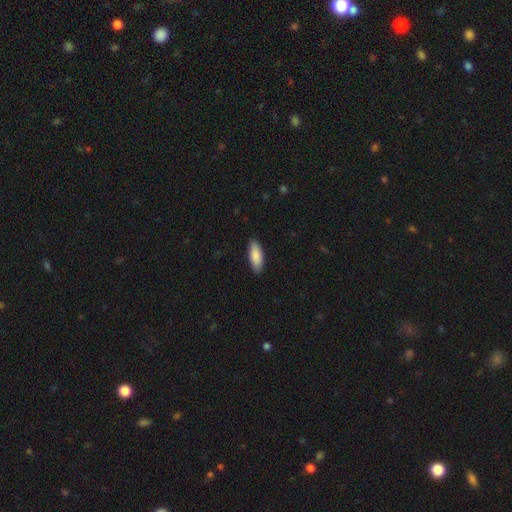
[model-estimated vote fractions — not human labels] smooth_or_featured: smooth (p=0.88) [alt: featured or disk p=0.07]
how_rounded: in between (p=0.73) [alt: cigar-shaped p=0.25]
merging: none (p=0.89) [alt: minor disturbance p=0.08]